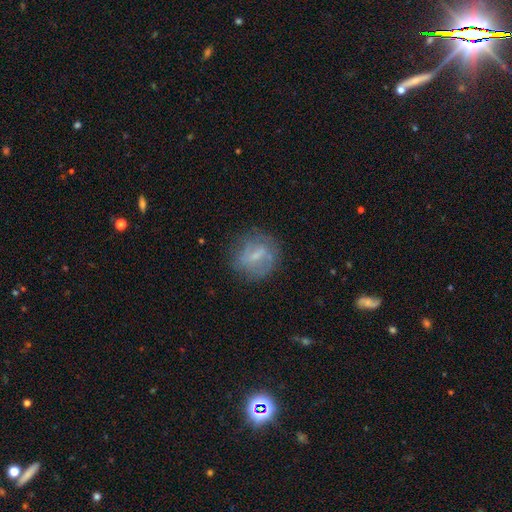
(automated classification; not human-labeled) Smooth or featured? featured or disk (54%)
Edge-on disk? no (96%)
Bar? weak (54%)
Spiral arms? yes (59%)
Bulge size? small (53%)
Merging? none (70%)